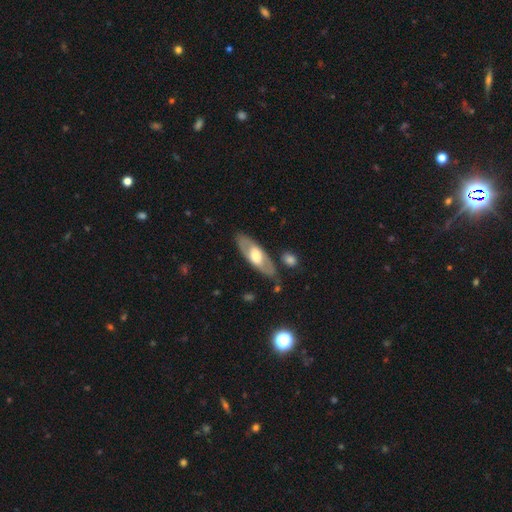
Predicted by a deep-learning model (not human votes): A featured or disk galaxy (51%). Merging: none (80%).